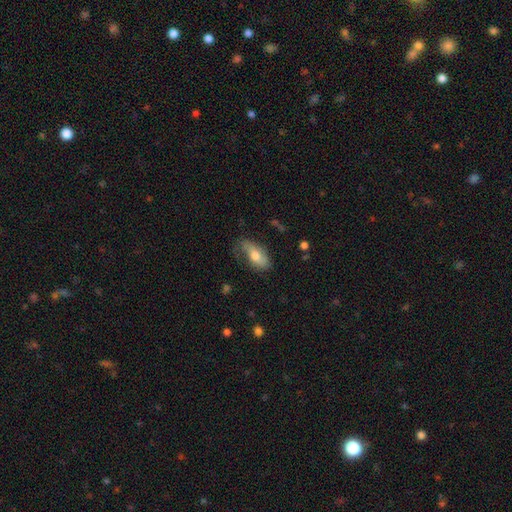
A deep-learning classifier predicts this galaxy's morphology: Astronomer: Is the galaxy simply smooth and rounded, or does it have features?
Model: smooth — 64%.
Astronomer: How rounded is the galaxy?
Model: in between — 84%.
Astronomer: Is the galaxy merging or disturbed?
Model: none — 55%.